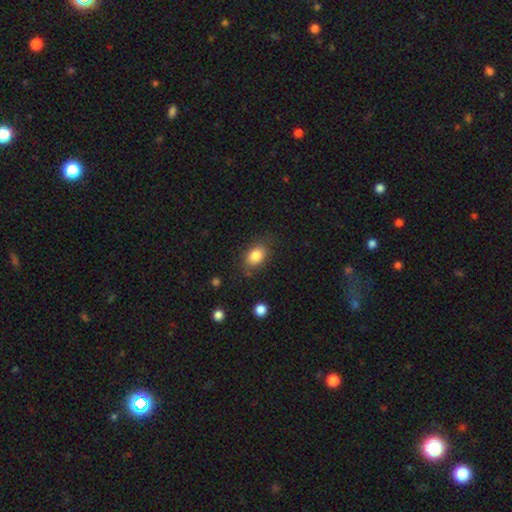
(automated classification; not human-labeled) Morphology: type=smooth (84%); roundness=in between (77%); merging=none (78%).